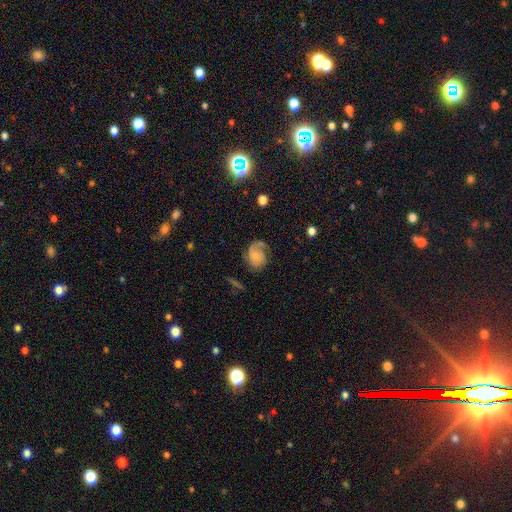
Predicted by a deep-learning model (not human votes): The model was most divided on "smooth or featured": featured or disk: 47%, smooth: 44%, star or artifact: 9%. Remaining: merging — none (46%).